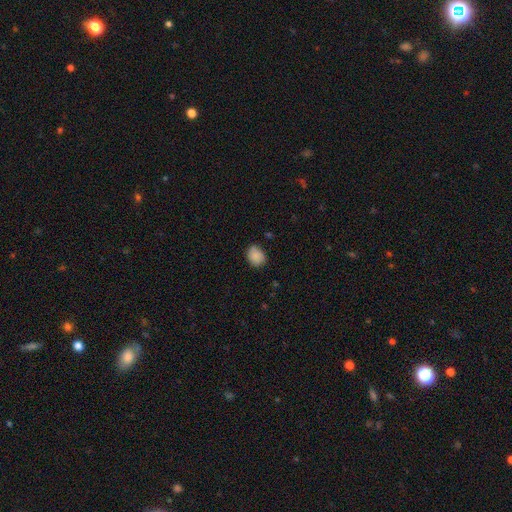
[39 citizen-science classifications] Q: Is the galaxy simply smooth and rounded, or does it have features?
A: smooth — 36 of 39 (92%).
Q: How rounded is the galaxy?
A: in between — 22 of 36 (61%).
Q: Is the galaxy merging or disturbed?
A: none — 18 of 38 (47%, tied with minor disturbance).